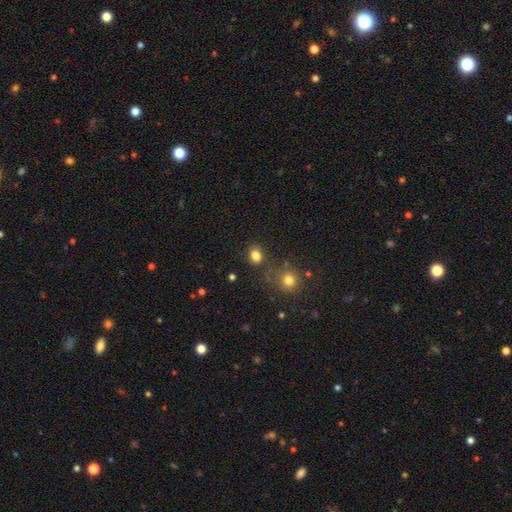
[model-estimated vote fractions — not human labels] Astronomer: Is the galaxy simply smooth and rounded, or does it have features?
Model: smooth — 81%.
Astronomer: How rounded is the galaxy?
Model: round — 75%.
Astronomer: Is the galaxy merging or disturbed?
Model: none — 80%.